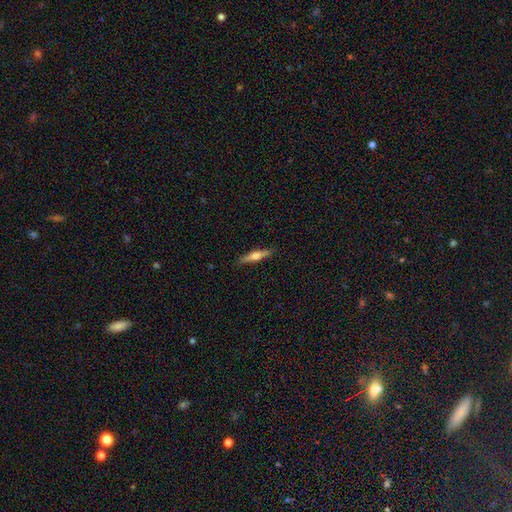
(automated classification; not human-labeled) smooth-or-featured: featured or disk: 51% | smooth: 43% | star or artifact: 6%
  disk-edge-on: yes: 96% | no: 4%
  merging: none: 88% | minor disturbance: 9% | major disturbance: 2% | merger: 1%